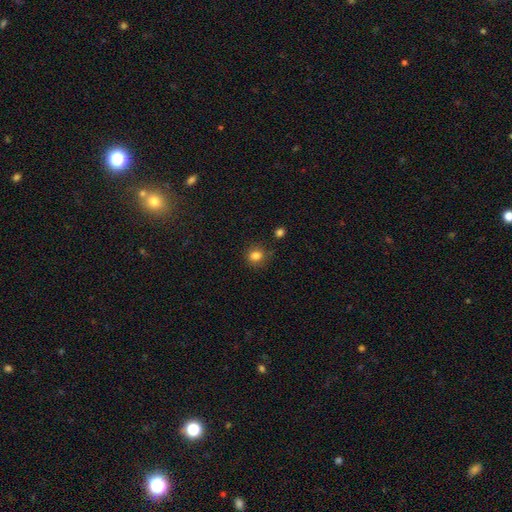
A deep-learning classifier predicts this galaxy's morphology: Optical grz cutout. It shows a smooth galaxy with no disk features (83%) that is round (75%). Merging: none (81%).